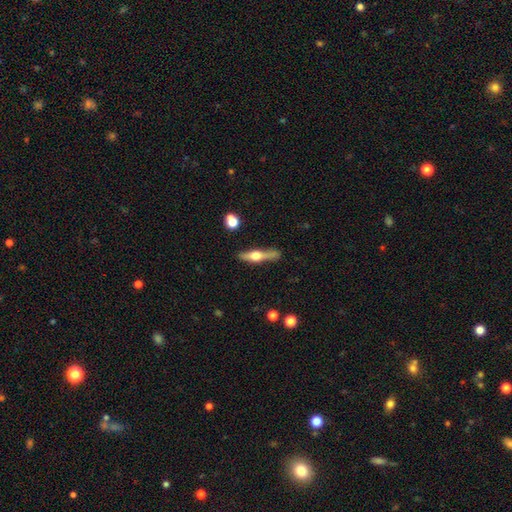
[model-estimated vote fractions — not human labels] smooth-or-featured: featured or disk: 61% | smooth: 33% | star or artifact: 6%
  disk-edge-on: yes: 94% | no: 6%
    edge-on-bulge: rounded: 94% | boxy: 3% | none: 2%
  merging: none: 76% | minor disturbance: 16% | major disturbance: 4% | merger: 4%